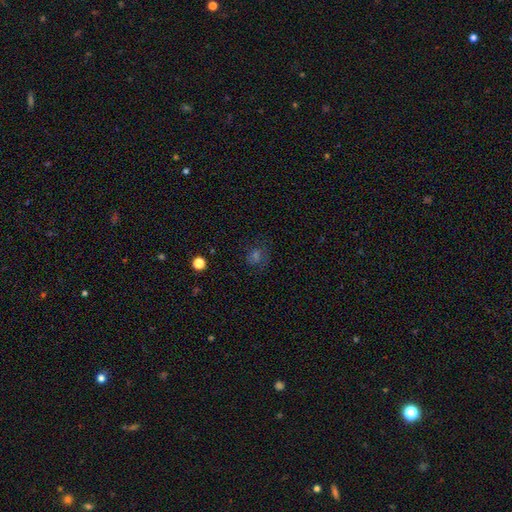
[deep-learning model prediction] smooth-or-featured: smooth: 47% | star or artifact: 32% | featured or disk: 21%
  merging: none: 71% | minor disturbance: 16% | major disturbance: 11% | merger: 2%